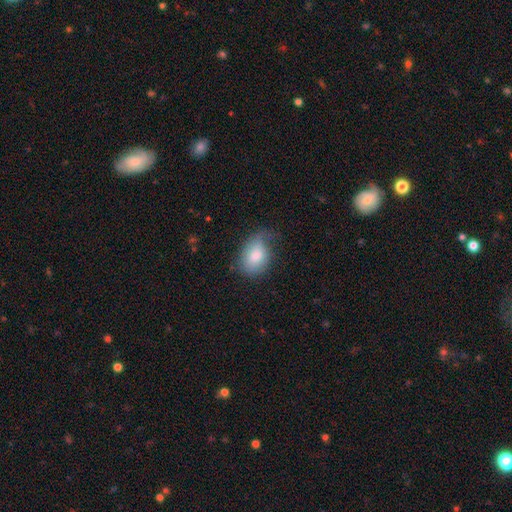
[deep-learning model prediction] smooth-or-featured: smooth: 77% | featured or disk: 16% | star or artifact: 7%
  how-rounded: in between: 76% | round: 23% | cigar-shaped: 1%
  merging: none: 45% | minor disturbance: 36% | major disturbance: 17% | merger: 2%